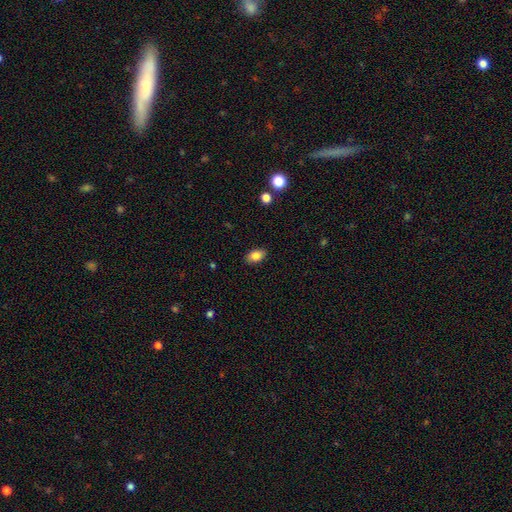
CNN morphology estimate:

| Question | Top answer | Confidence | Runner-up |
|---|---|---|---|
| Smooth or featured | smooth | 84% | star or artifact (9%) |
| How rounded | in between | 89% | round (9%) |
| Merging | none | 87% | minor disturbance (9%) |